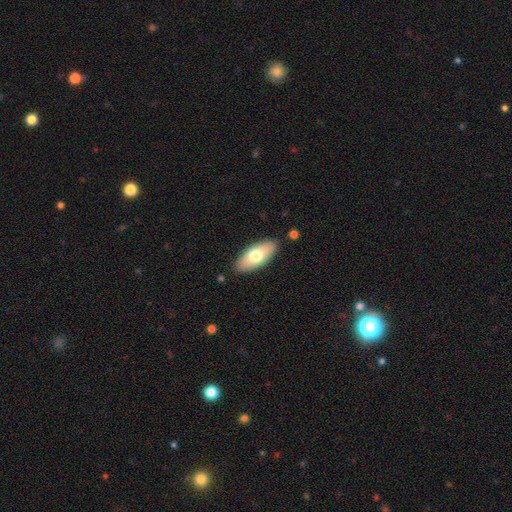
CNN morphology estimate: Smooth or featured? smooth (70%)
How rounded? in between (84%)
Merging? none (86%)